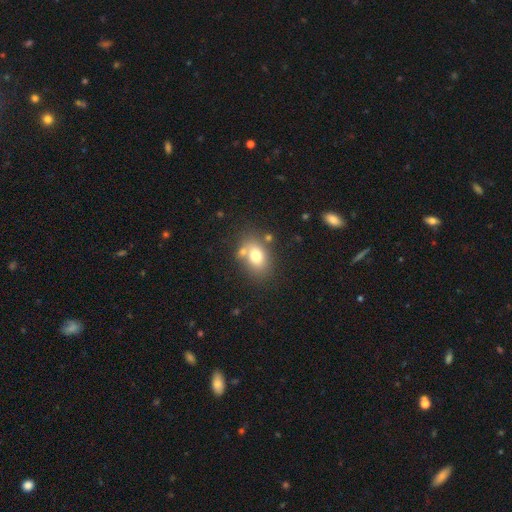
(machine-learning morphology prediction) A smooth galaxy with no disk features (73%) that is in between round and cigar-shaped (75%). Merging: none (64%).